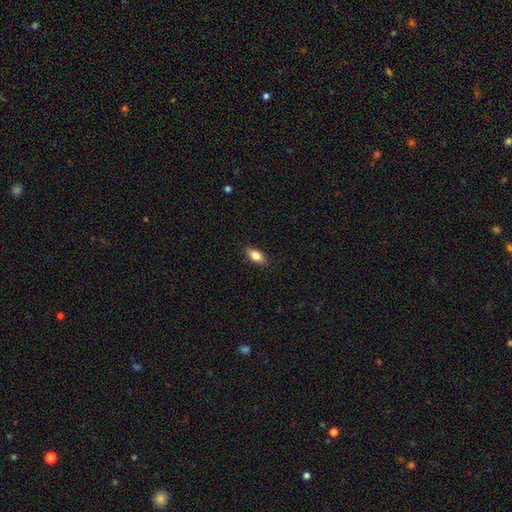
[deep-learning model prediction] Smooth or featured: smooth — 74% (featured or disk — 19%)
How rounded: in between — 79% (cigar-shaped — 17%)
Merging: none — 87% (minor disturbance — 10%)